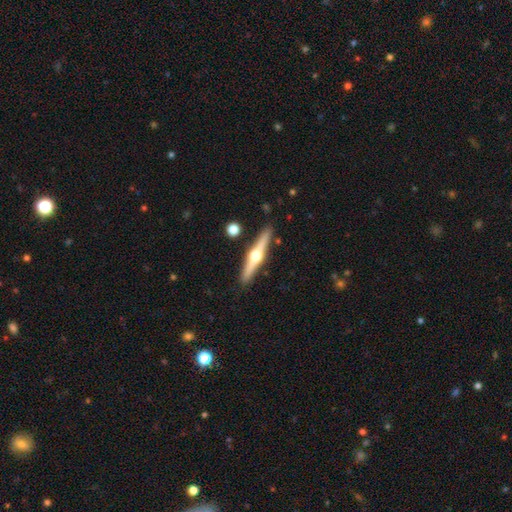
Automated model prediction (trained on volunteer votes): Q: Smooth or featured?
A: featured or disk (75%); runner-up: smooth (20%)
Q: Edge-on disk?
A: yes (98%); runner-up: no (2%)
Q: Edge-on bulge?
A: rounded (96%); runner-up: boxy (2%)
Q: Merging?
A: none (90%); runner-up: minor disturbance (6%)